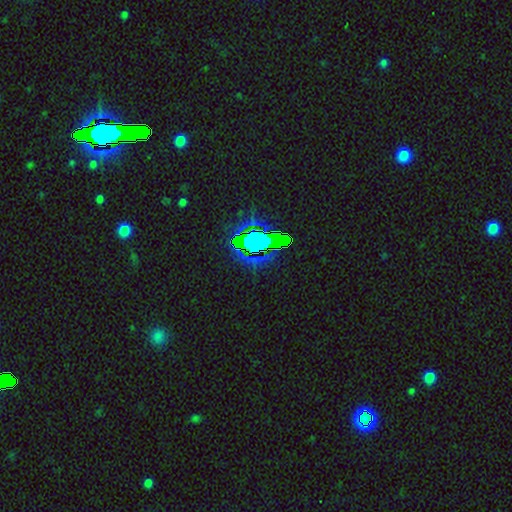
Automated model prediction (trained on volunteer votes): Smooth or featured? star or artifact (79%)